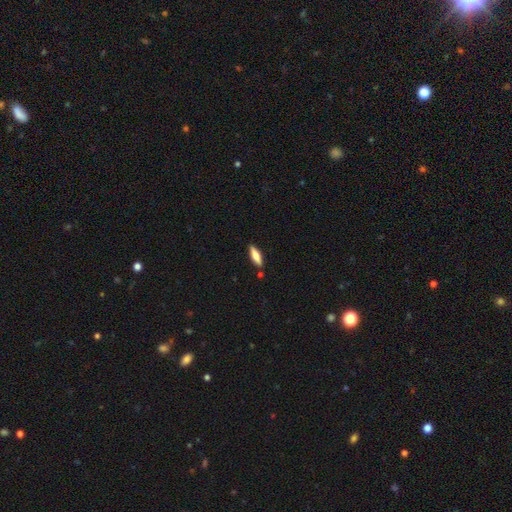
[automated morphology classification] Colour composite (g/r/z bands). It shows a smooth galaxy with no disk features (67%) that is cigar-shaped (54%). Merging: none (85%).